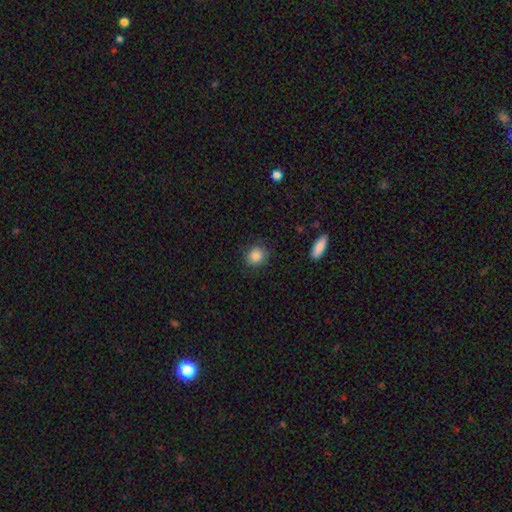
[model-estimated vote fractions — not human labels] Smooth or featured? Predicted: smooth (p=0.88). How rounded? Predicted: round (p=0.80). Merging? Predicted: none (p=0.85).